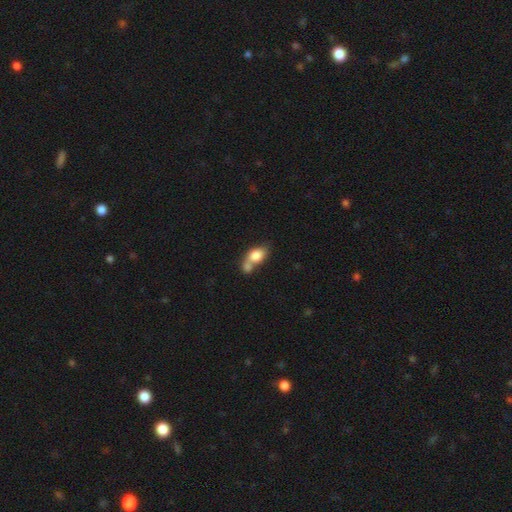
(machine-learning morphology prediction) A smooth galaxy with no disk features (78%) that is in between round and cigar-shaped (74%). Merging: merger (61%).